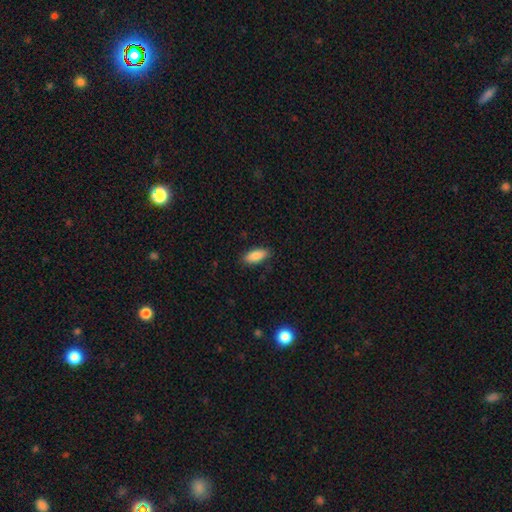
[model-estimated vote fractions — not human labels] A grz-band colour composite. It shows a smooth galaxy with no disk features (88%) that is in between round and cigar-shaped (83%). Merging: none (86%).